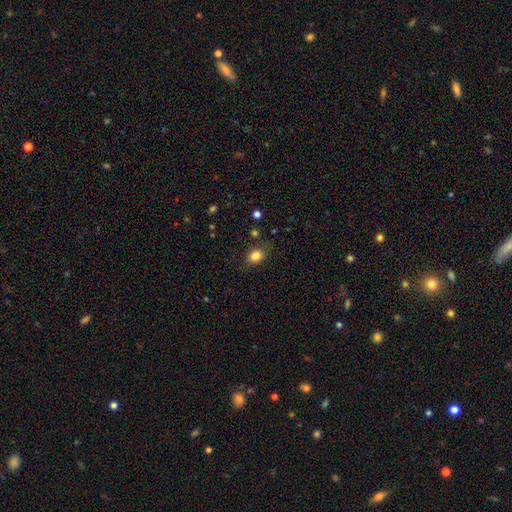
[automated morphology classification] A smooth galaxy with no disk features (83%) that is in between round and cigar-shaped (64%).

Vote fractions:
- Smooth or featured? smooth: 83% / star or artifact: 10% / featured or disk: 7%
- How rounded? in between: 64% / round: 34% / cigar-shaped: 2%
- Merging? none: 78% / minor disturbance: 16% / major disturbance: 4% / merger: 2%